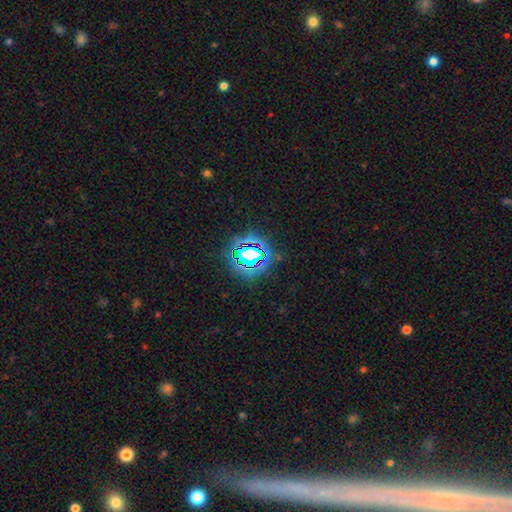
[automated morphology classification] Smooth or featured? star or artifact (81%)